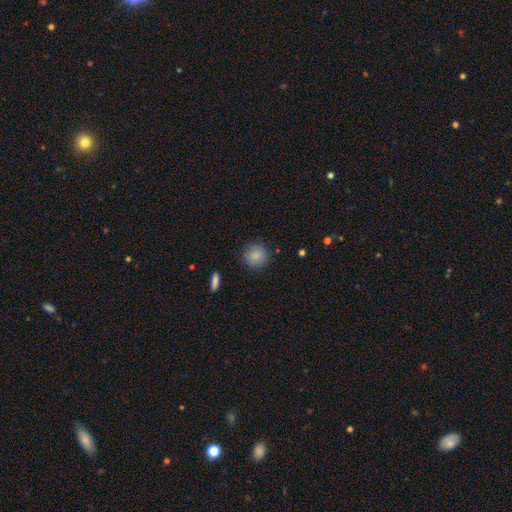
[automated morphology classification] Overall: smooth (87%). How rounded: round (91%). Merging: none (87%).